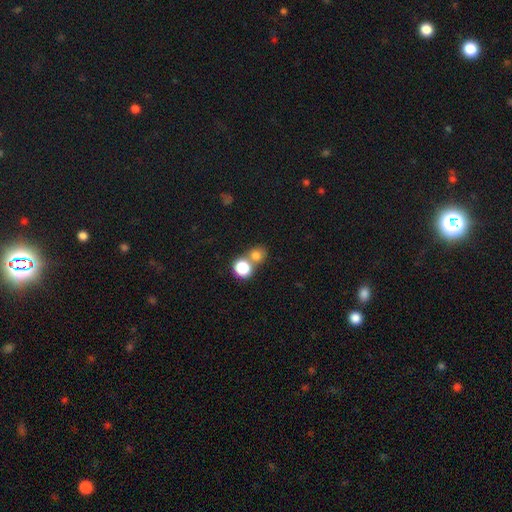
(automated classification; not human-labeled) smooth-or-featured: smooth: 75% | star or artifact: 16% | featured or disk: 8%
  how-rounded: round: 80% | in between: 19% | cigar-shaped: 1%
  merging: none: 51% | merger: 39% | minor disturbance: 7% | major disturbance: 3%